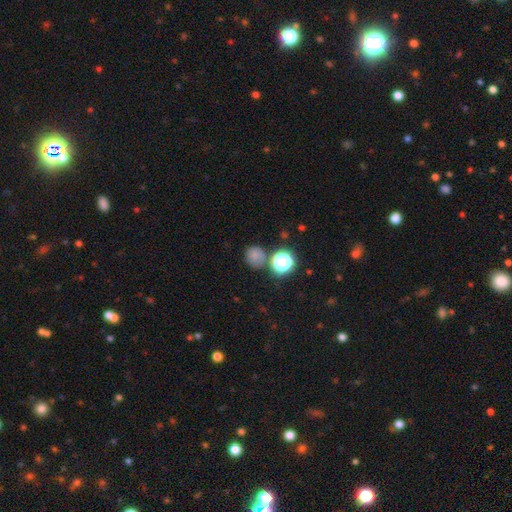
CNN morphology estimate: smooth-or-featured: smooth: 72% | star or artifact: 19% | featured or disk: 9%
  how-rounded: round: 85% | in between: 14% | cigar-shaped: 1%
  merging: none: 68% | minor disturbance: 14% | merger: 12% | major disturbance: 5%